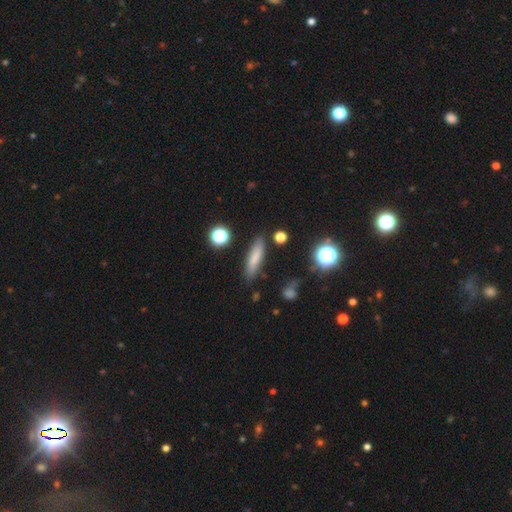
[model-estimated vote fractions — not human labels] Overall: smooth (72%). How rounded: cigar-shaped (75%). Merging: none (84%).